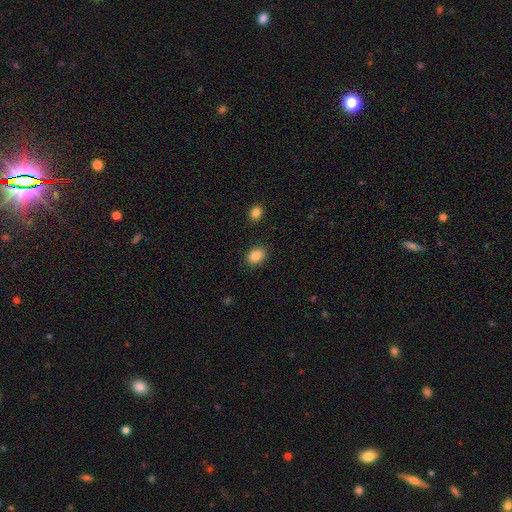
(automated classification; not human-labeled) This is clearly a smooth galaxy (87%). How rounded: likely in between (62%). Merging: clearly none (87%).